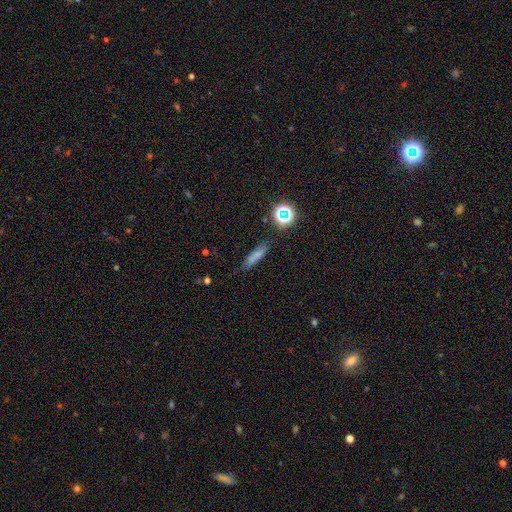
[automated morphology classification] This appears to be a smooth galaxy with no disk features (74%) that is cigar-shaped (73%). Merging: none (77%).